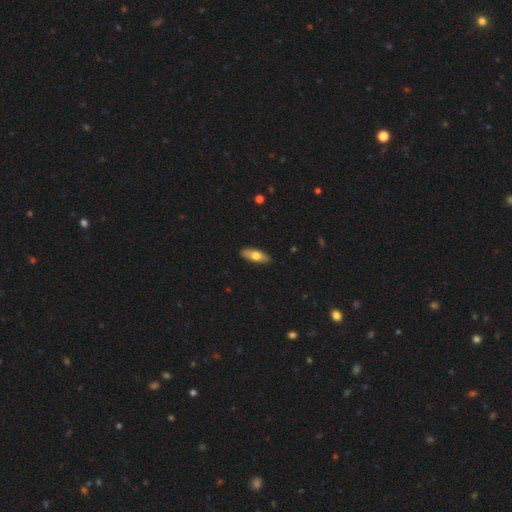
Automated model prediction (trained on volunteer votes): Morphology: type=smooth (68%); roundness=in between (72%); merging=none (89%).